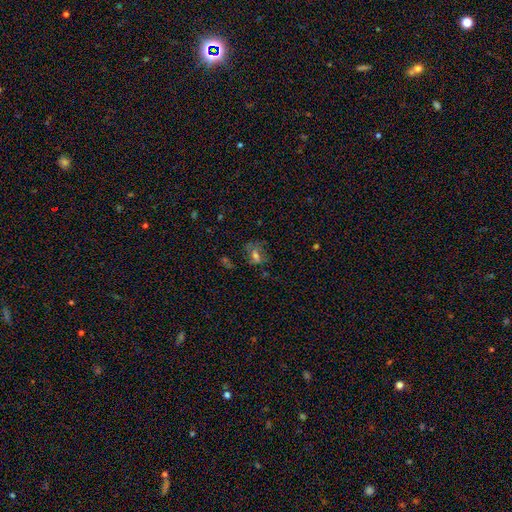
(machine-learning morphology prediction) Smooth or featured? Predicted: smooth (p=0.42). Merging? Predicted: none (p=0.54).